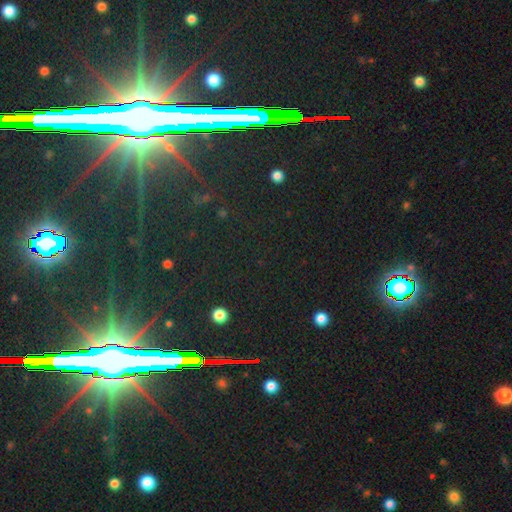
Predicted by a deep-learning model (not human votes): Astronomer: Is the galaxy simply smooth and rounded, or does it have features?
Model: star or artifact — 82%.